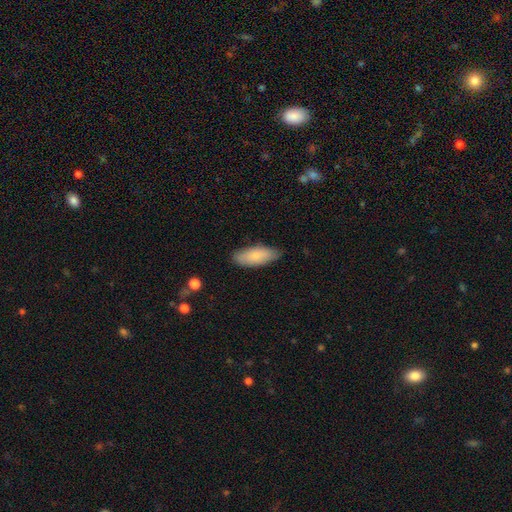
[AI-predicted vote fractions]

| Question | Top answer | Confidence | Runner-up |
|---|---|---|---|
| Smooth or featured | smooth | 81% | featured or disk (13%) |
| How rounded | in between | 79% | cigar-shaped (19%) |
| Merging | none | 79% | minor disturbance (17%) |